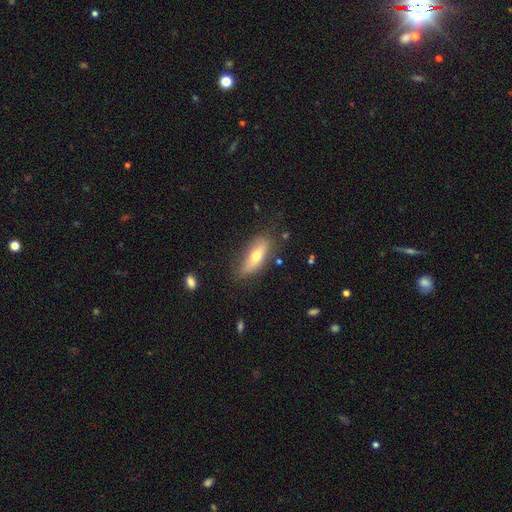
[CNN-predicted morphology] Smooth or featured?
  - smooth: 59% *
  - featured or disk: 34%
  - star or artifact: 7%
How rounded?
  - in between: 60% *
  - cigar-shaped: 37%
  - round: 3%
Merging?
  - none: 75% *
  - minor disturbance: 18%
  - major disturbance: 5%
  - merger: 2%